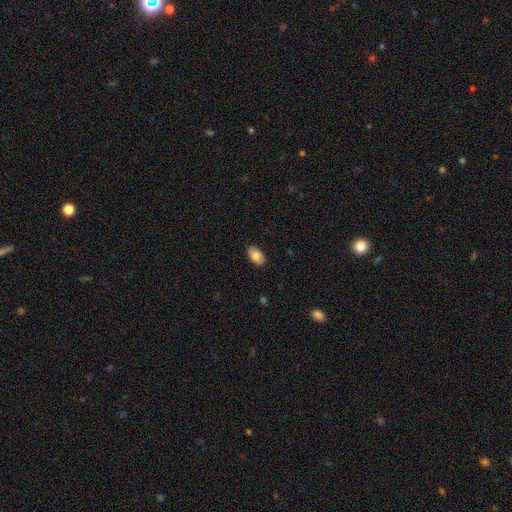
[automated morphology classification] Smooth or featured? smooth (82%)
How rounded? in between (94%)
Merging? none (88%)